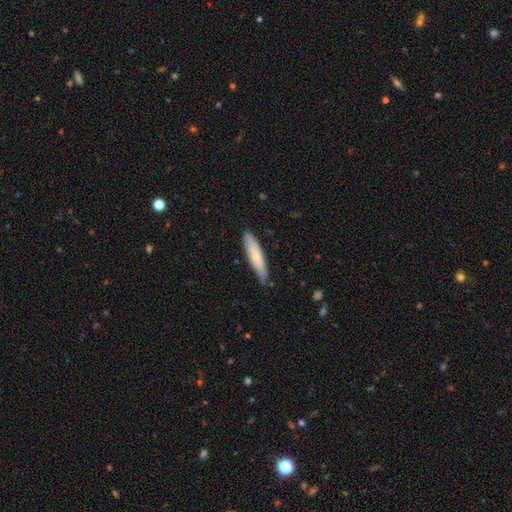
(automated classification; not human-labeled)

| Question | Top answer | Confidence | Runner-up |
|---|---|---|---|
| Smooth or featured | smooth | 67% | featured or disk (28%) |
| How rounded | cigar-shaped | 81% | in between (18%) |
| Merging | none | 76% | minor disturbance (20%) |